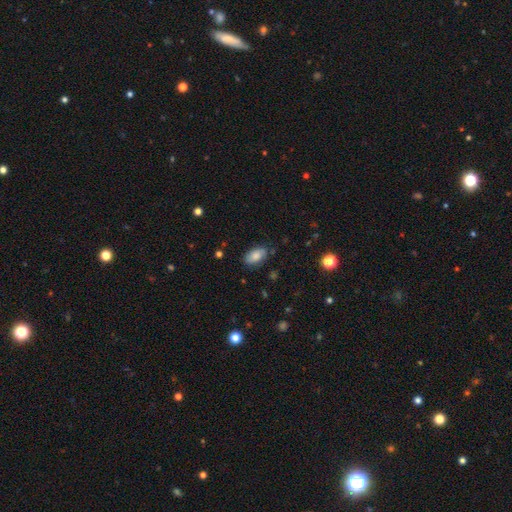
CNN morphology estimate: This is likely a smooth galaxy (76%). How rounded: clearly in between (92%). Merging: likely none (79%).